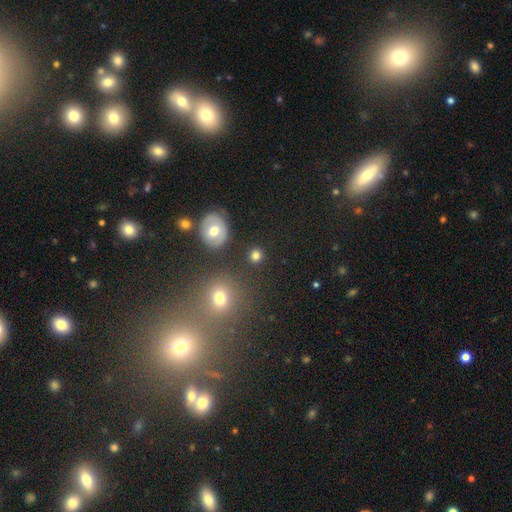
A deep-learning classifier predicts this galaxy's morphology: A smooth galaxy with no disk features (80%) that is round (89%).

Vote fractions:
- Smooth or featured? smooth: 80% / star or artifact: 13% / featured or disk: 7%
- How rounded? round: 89% / in between: 10% / cigar-shaped: 1%
- Merging? none: 87% / minor disturbance: 7% / merger: 4% / major disturbance: 3%